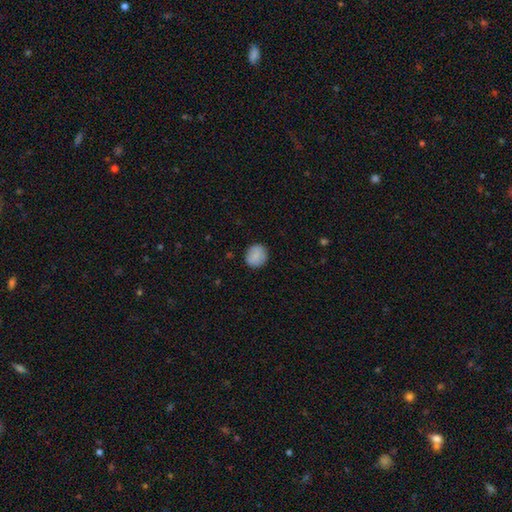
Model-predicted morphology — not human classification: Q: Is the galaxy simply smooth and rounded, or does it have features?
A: smooth — 85%.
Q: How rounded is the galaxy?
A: round — 89%.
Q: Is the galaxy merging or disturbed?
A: none — 87%.